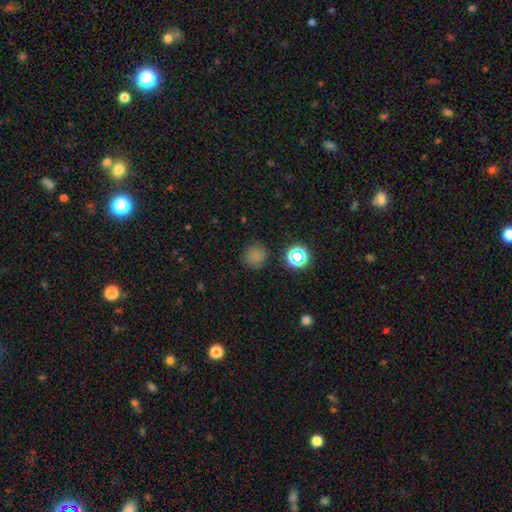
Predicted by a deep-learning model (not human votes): Smooth or featured?
  - smooth: 71% *
  - star or artifact: 22%
  - featured or disk: 7%
How rounded?
  - round: 89% *
  - in between: 10%
  - cigar-shaped: 1%
Merging?
  - none: 81% *
  - minor disturbance: 12%
  - major disturbance: 4%
  - merger: 2%